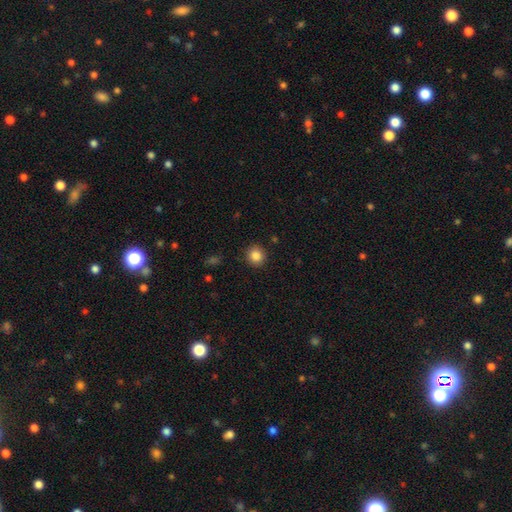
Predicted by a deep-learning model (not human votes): A smooth galaxy with no disk features (85%) that is round (90%).

Vote fractions:
- Smooth or featured? smooth: 85% / star or artifact: 10% / featured or disk: 5%
- How rounded? round: 90% / in between: 9% / cigar-shaped: 1%
- Merging? none: 91% / minor disturbance: 6% / major disturbance: 2% / merger: 1%